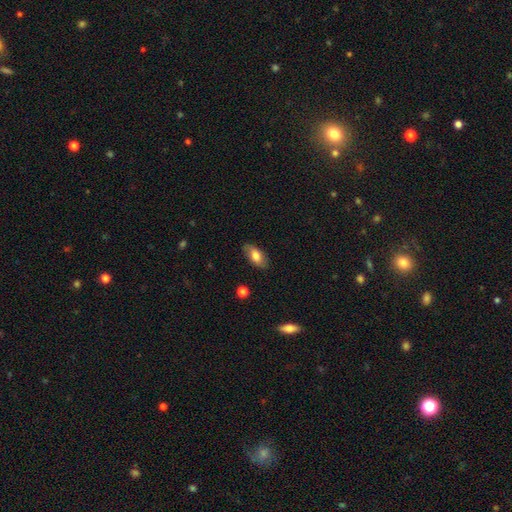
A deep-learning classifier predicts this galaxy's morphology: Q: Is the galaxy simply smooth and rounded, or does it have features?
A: smooth — 72%.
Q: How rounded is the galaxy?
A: in between — 90%.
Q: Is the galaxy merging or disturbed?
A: none — 82%.